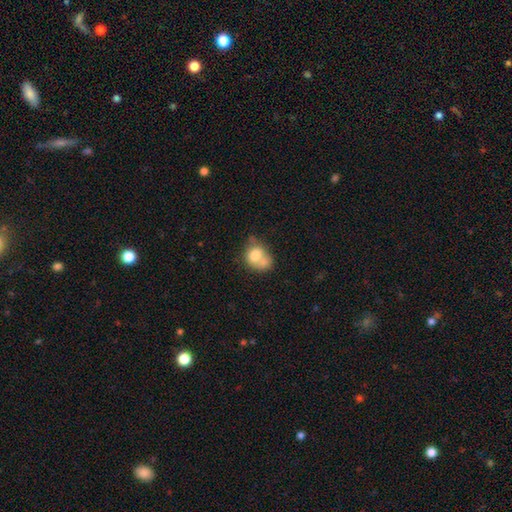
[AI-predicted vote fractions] A smooth galaxy with no disk features (72%) that is round (52%).

Vote fractions:
- Smooth or featured? smooth: 72% / featured or disk: 19% / star or artifact: 9%
- How rounded? round: 52% / in between: 47% / cigar-shaped: 1%
- Merging? merger: 56% / none: 25% / minor disturbance: 13% / major disturbance: 7%